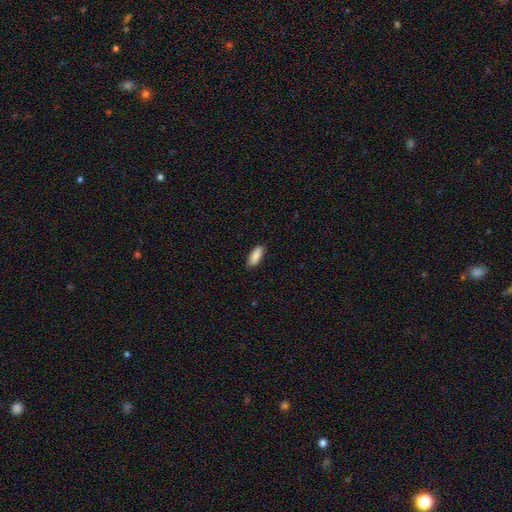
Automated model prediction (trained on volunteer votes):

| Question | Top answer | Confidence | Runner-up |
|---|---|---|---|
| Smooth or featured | smooth | 88% | featured or disk (6%) |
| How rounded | in between | 75% | cigar-shaped (23%) |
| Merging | none | 88% | minor disturbance (9%) |